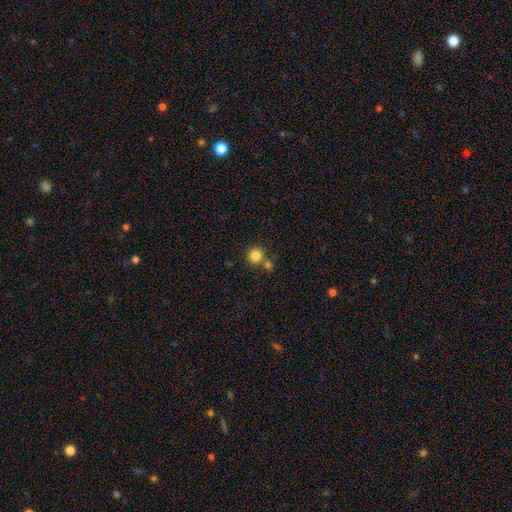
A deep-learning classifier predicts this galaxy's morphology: Smooth or featured? smooth (83%)
How rounded? round (93%)
Merging? none (67%)